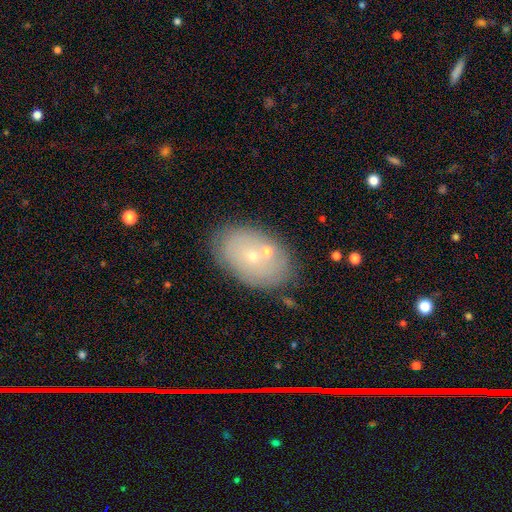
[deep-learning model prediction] Smooth or featured: smooth — 46% (featured or disk — 34%)
Merging: none — 81% (minor disturbance — 11%)